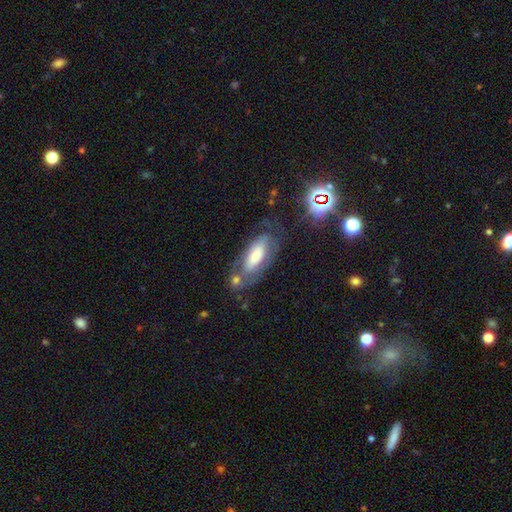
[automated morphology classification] A smooth galaxy with no disk features (52%) that is in between round and cigar-shaped (80%). Merging: none (52%).